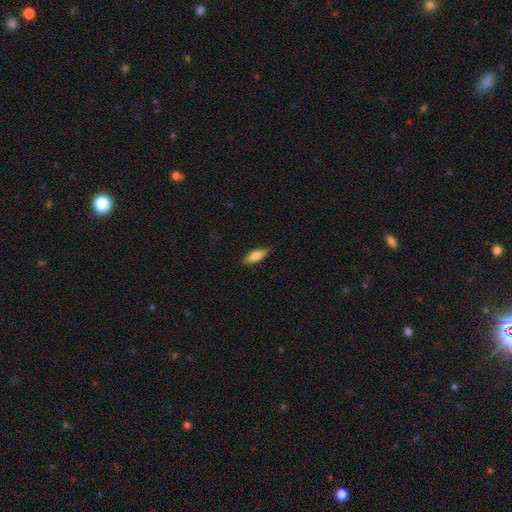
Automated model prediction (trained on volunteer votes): Smooth or featured? Predicted: smooth (p=0.75). How rounded? Predicted: in between (p=0.66). Merging? Predicted: none (p=0.86).